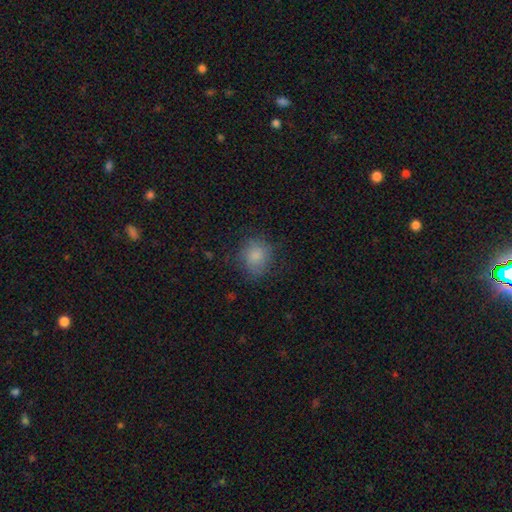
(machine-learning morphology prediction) A smooth galaxy with no disk features (82%) that is round (72%).

Vote fractions:
- Smooth or featured? smooth: 82% / featured or disk: 9% / star or artifact: 9%
- How rounded? round: 72% / in between: 27% / cigar-shaped: 1%
- Merging? none: 73% / minor disturbance: 19% / major disturbance: 7% / merger: 1%